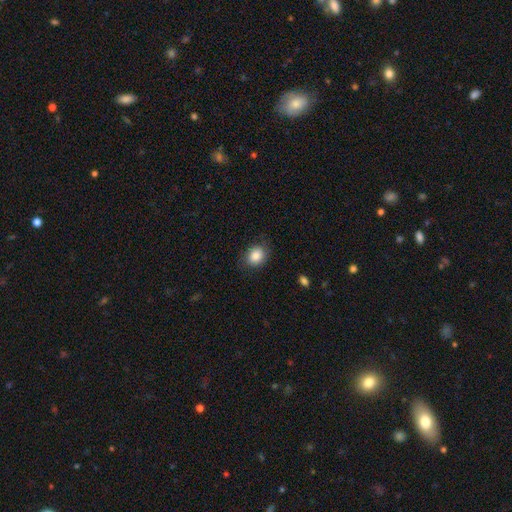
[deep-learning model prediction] Q: Smooth or featured?
A: smooth (85%); runner-up: star or artifact (8%)
Q: How rounded?
A: round (56%); runner-up: in between (43%)
Q: Merging?
A: none (80%); runner-up: minor disturbance (15%)